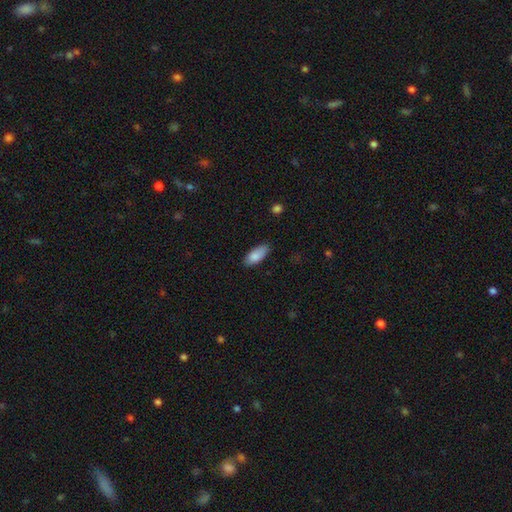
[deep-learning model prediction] Smooth or featured? smooth (86%)
How rounded? in between (85%)
Merging? none (79%)